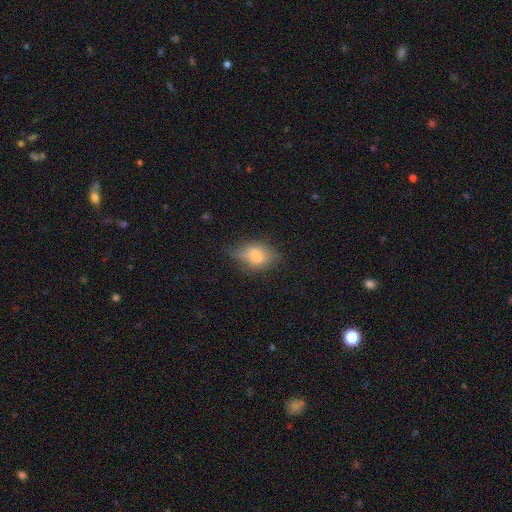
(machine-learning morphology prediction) The model was most divided on "merging": none: 57%, minor disturbance: 31%, major disturbance: 10%, merger: 2%. More confident: how rounded — in between (77%); smooth or featured — smooth (59%).